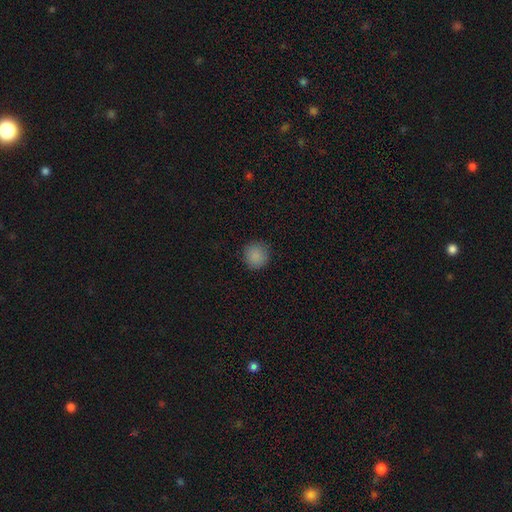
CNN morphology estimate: smooth_or_featured: smooth (p=0.87) [alt: star or artifact p=0.10]
how_rounded: round (p=0.94) [alt: in between p=0.05]
merging: none (p=0.89) [alt: minor disturbance p=0.08]